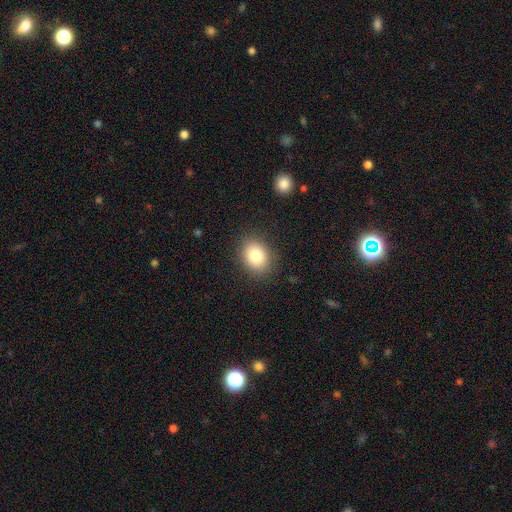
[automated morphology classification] smooth_or_featured: smooth (p=0.81) [alt: star or artifact p=0.10]
how_rounded: in between (p=0.51) [alt: round p=0.48]
merging: none (p=0.87) [alt: minor disturbance p=0.09]